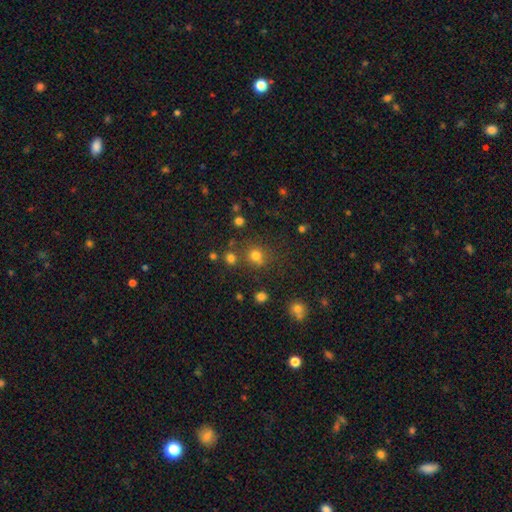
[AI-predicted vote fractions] Overall: smooth (74%). How rounded: round (85%). Merging: none (70%).